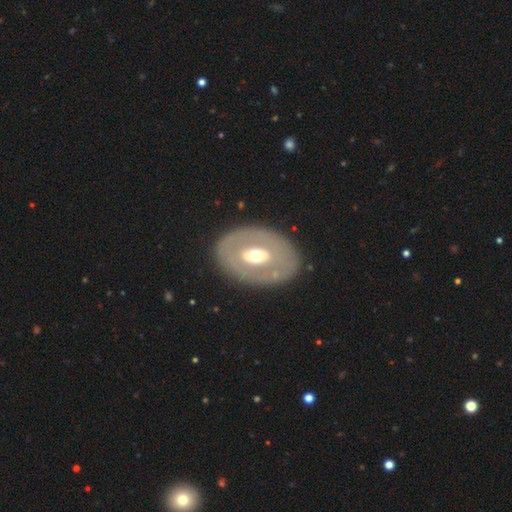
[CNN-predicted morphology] This appears to be a featured or disk galaxy (64%) with no bar (49%), no spiral arms (80%) and a moderate central bulge (68%). Merging: none (83%).